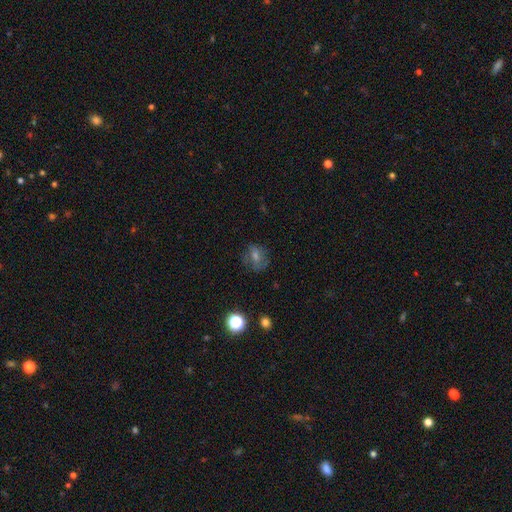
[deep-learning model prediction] Smooth or featured? Predicted: smooth (p=0.41). Merging? Predicted: none (p=0.72).